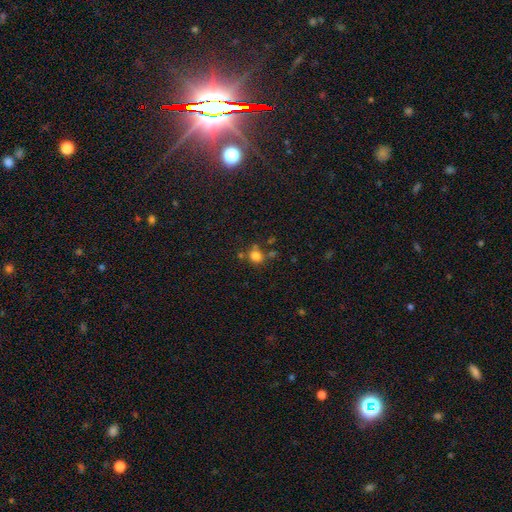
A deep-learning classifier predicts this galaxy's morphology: This is likely a smooth galaxy (78%). How rounded: likely round (72%). Merging: likely none (61%).